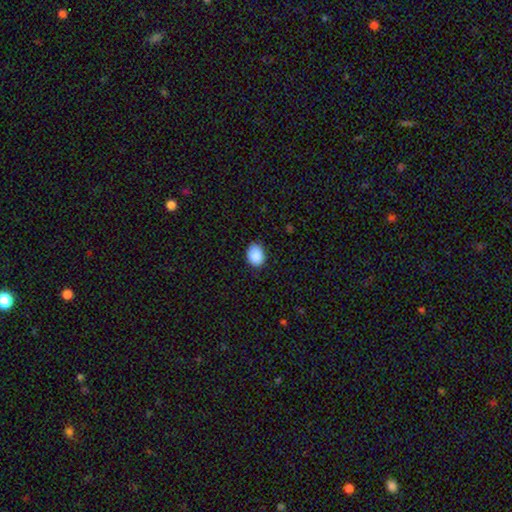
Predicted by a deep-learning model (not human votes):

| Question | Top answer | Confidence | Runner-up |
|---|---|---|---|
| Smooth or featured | smooth | 89% | star or artifact (8%) |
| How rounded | in between | 61% | round (38%) |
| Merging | none | 85% | minor disturbance (12%) |